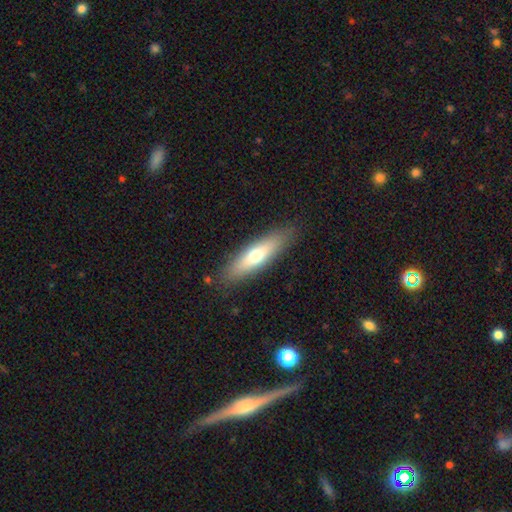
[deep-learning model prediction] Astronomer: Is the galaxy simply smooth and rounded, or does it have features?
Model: smooth — 59% (runner-up: featured or disk, 35%).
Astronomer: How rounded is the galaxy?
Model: cigar-shaped — 62%.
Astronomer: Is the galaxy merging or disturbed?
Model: none — 87%.